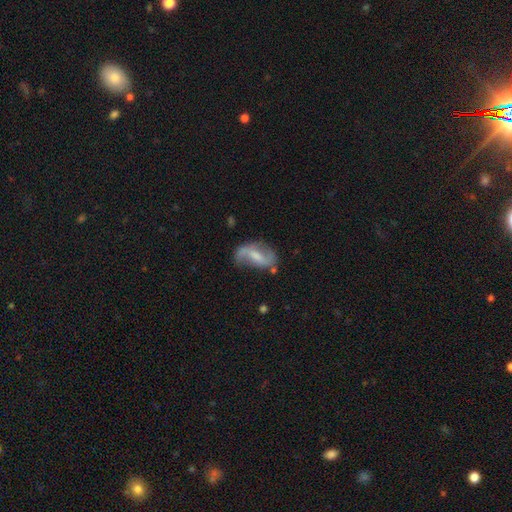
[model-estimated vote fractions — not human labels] Smooth or featured: featured or disk — 71% (smooth — 22%)
Edge-on disk: no — 96% (yes — 4%)
Bar: weak — 49% (strong — 27%)
Spiral arms: yes — 87% (no — 13%)
Spiral winding: loose — 63% (medium — 28%)
Spiral arm count: 2 — 86% (1 — 6%)
Bulge size: moderate — 39% (small — 36%)
Merging: none — 60% (minor disturbance — 24%)